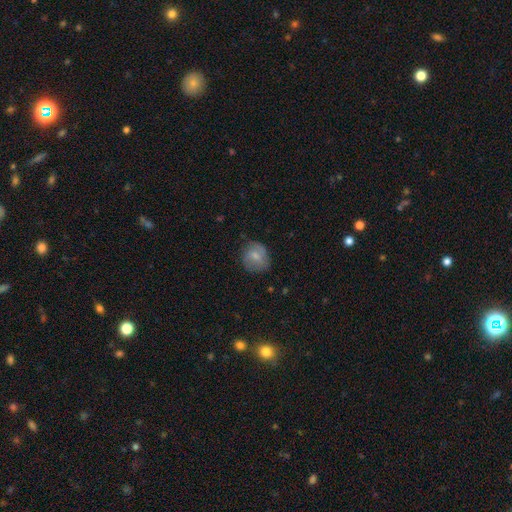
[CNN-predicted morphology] Smooth or featured? Predicted: smooth (p=0.68). How rounded? Predicted: round (p=0.76). Merging? Predicted: none (p=0.72).